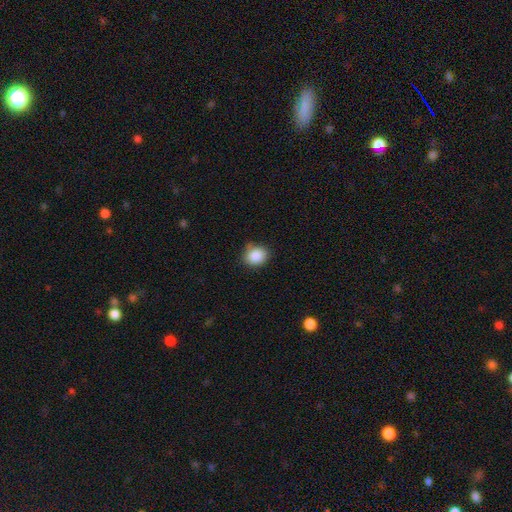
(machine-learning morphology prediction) A smooth galaxy with no disk features (87%) that is round (66%).

Vote fractions:
- Smooth or featured? smooth: 87% / star or artifact: 9% / featured or disk: 4%
- How rounded? round: 66% / in between: 33% / cigar-shaped: 1%
- Merging? none: 75% / minor disturbance: 19% / major disturbance: 4% / merger: 3%